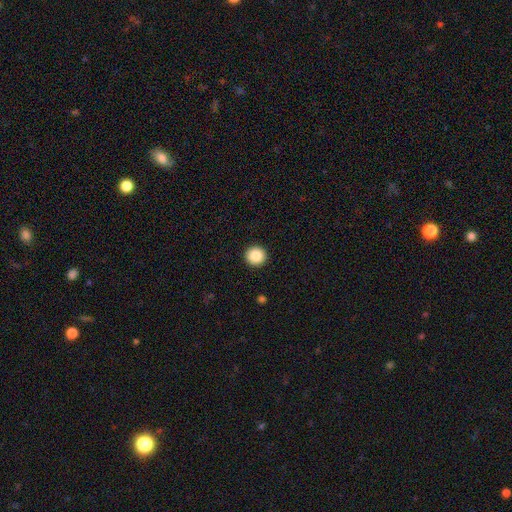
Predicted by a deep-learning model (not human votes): Morphology: type=smooth (87%); roundness=round (96%); merging=none (94%).